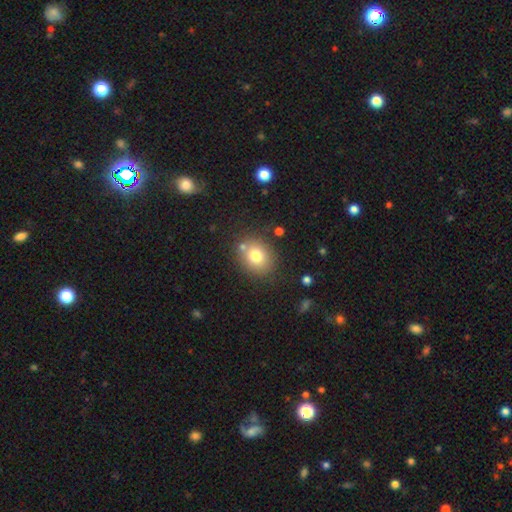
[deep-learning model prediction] Smooth or featured? Predicted: smooth (p=0.76). How rounded? Predicted: round (p=0.63). Merging? Predicted: none (p=0.78).